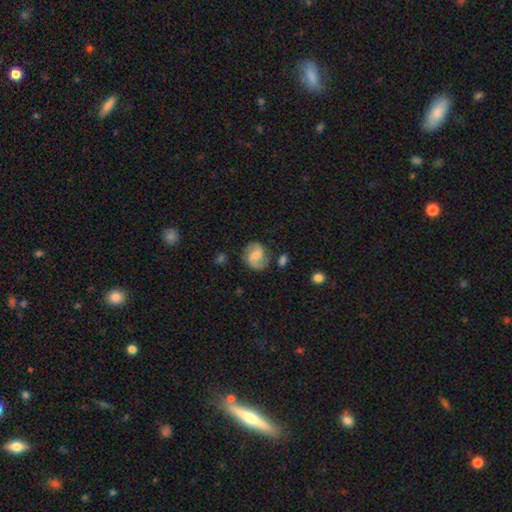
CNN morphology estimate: Smooth or featured: featured or disk — 55% (smooth — 37%)
Edge-on disk: no — 98% (yes — 2%)
Bar: weak — 49% (no — 29%)
Spiral arms: yes — 89% (no — 11%)
Bulge size: small — 37% (moderate — 33%)
Merging: none — 72% (minor disturbance — 17%)